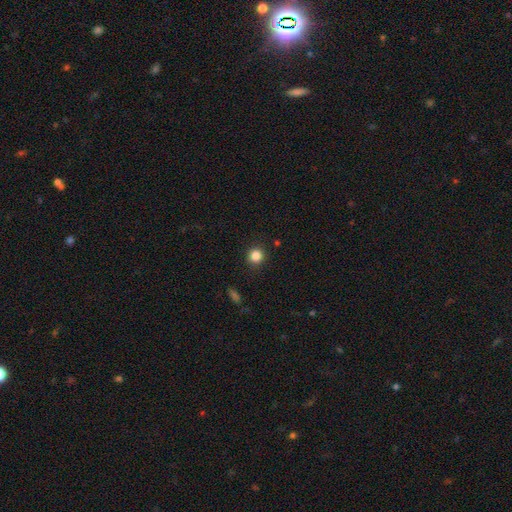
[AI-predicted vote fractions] Smooth or featured: smooth — 85% (star or artifact — 11%)
How rounded: round — 92% (in between — 7%)
Merging: none — 91% (minor disturbance — 6%)